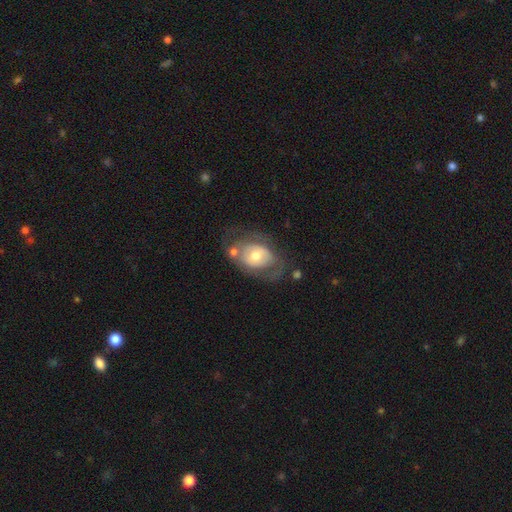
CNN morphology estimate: Q: Smooth or featured?
A: featured or disk (54%); runner-up: smooth (40%)
Q: Edge-on disk?
A: no (94%); runner-up: yes (6%)
Q: Bar?
A: no (77%); runner-up: weak (18%)
Q: Spiral arms?
A: no (57%); runner-up: yes (43%)
Q: Bulge size?
A: moderate (63%); runner-up: small (25%)
Q: Merging?
A: none (48%); runner-up: minor disturbance (23%)